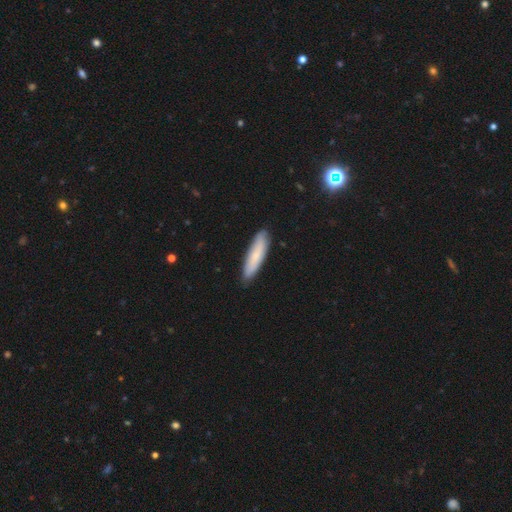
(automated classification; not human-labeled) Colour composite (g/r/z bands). It shows a smooth galaxy with no disk features (70%) that is cigar-shaped (73%). Merging: none (86%).